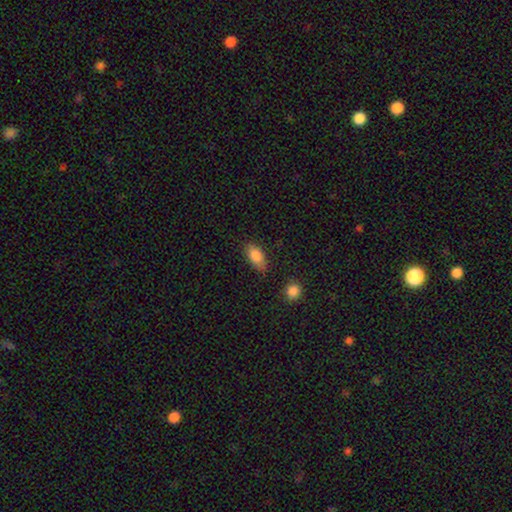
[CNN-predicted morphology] The model was most divided on "merging": none: 72%, minor disturbance: 21%, major disturbance: 4%, merger: 3%. More confident: how rounded — in between (89%); smooth or featured — smooth (86%).